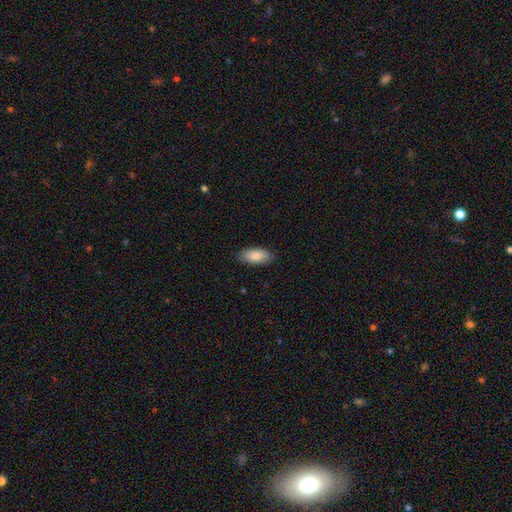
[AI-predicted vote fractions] Q: Smooth or featured?
A: smooth (87%); runner-up: featured or disk (7%)
Q: How rounded?
A: in between (89%); runner-up: cigar-shaped (9%)
Q: Merging?
A: none (88%); runner-up: minor disturbance (9%)